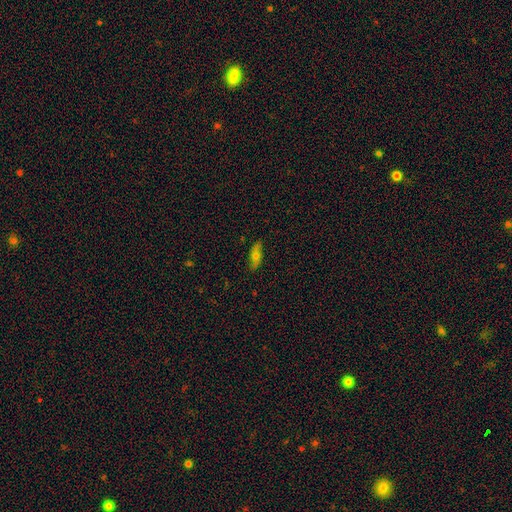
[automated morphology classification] A smooth galaxy with no disk features (59%) that is in between round and cigar-shaped (65%). Merging: none (82%).